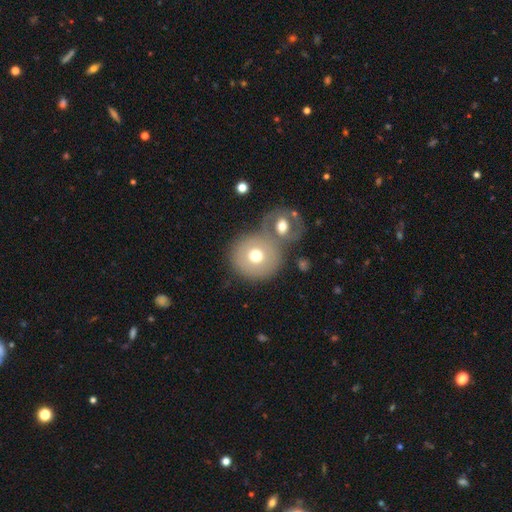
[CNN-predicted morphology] smooth_or_featured: smooth (p=0.66) [alt: featured or disk p=0.26]
how_rounded: round (p=0.91) [alt: in between p=0.08]
merging: none (p=0.54) [alt: merger p=0.31]